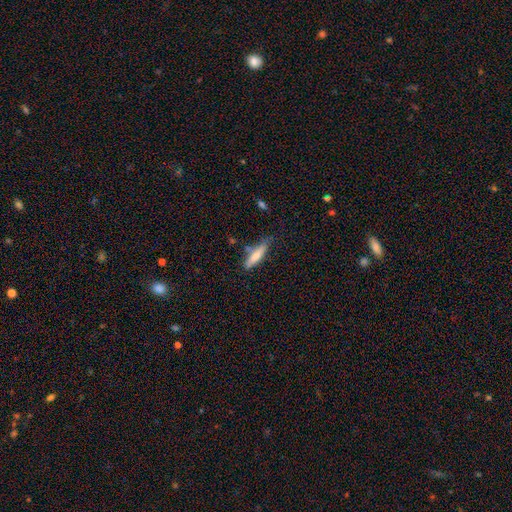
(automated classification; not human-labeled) Overall: smooth (73%). How rounded: cigar-shaped (72%). Merging: none (65%).